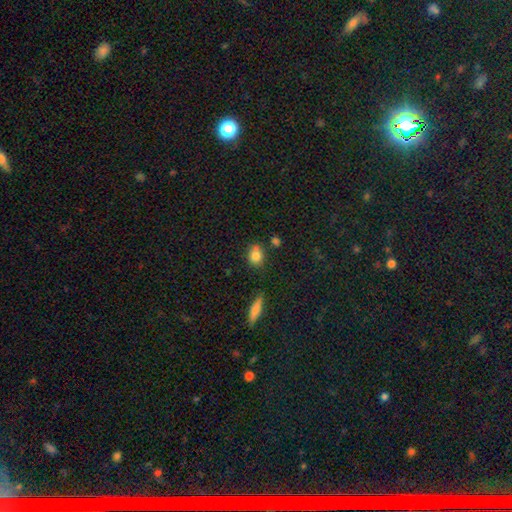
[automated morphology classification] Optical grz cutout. It shows a smooth galaxy with no disk features (81%) that is in between round and cigar-shaped (51%). Merging: none (68%).